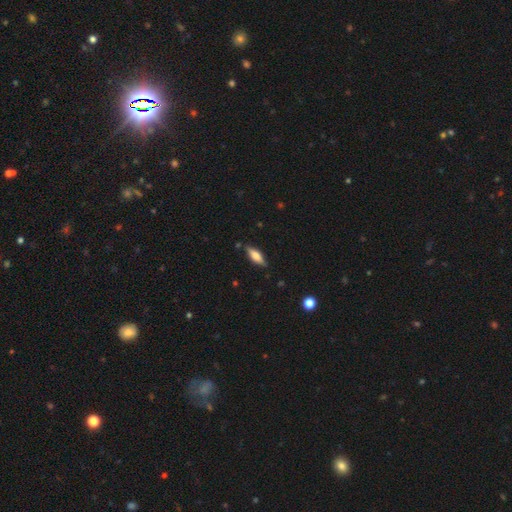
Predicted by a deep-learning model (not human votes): This appears to be a smooth galaxy with no disk features (56%) that is in between round and cigar-shaped (57%). Merging: none (83%).